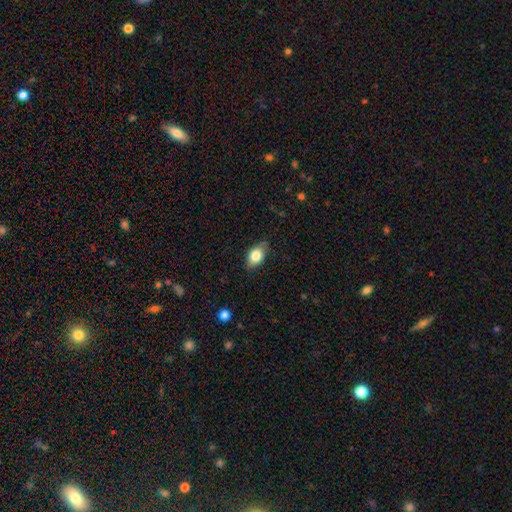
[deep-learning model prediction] smooth_or_featured: smooth (p=0.80) [alt: featured or disk p=0.12]
how_rounded: in between (p=0.85) [alt: round p=0.12]
merging: none (p=0.78) [alt: minor disturbance p=0.18]